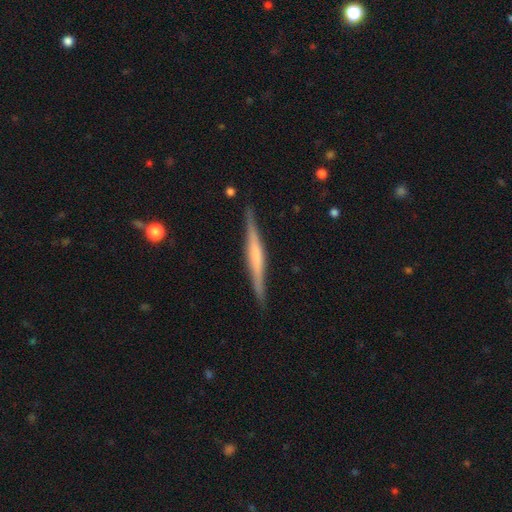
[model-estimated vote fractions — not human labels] Q: Smooth or featured?
A: featured or disk (67%); runner-up: smooth (28%)
Q: Edge-on disk?
A: yes (98%); runner-up: no (2%)
Q: Edge-on bulge?
A: rounded (37%); runner-up: none (33%)
Q: Merging?
A: none (89%); runner-up: minor disturbance (8%)